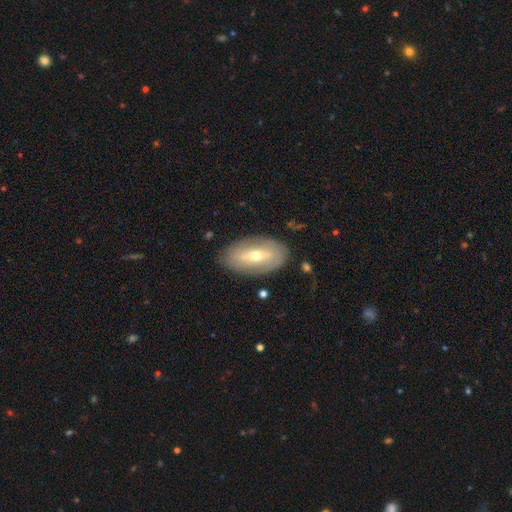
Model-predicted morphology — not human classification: smooth_or_featured: featured or disk (p=0.53) [alt: smooth p=0.40]
disk_edge_on: no (p=0.81) [alt: yes p=0.19]
merging: none (p=0.83) [alt: minor disturbance p=0.11]